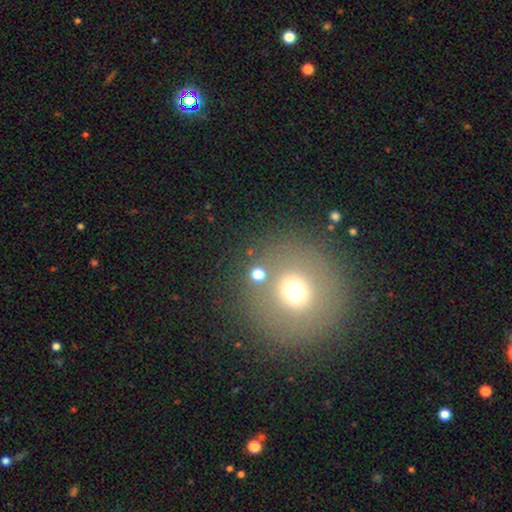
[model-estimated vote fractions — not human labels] A smooth galaxy with no disk features (65%) that is round (93%). Merging: none (85%).